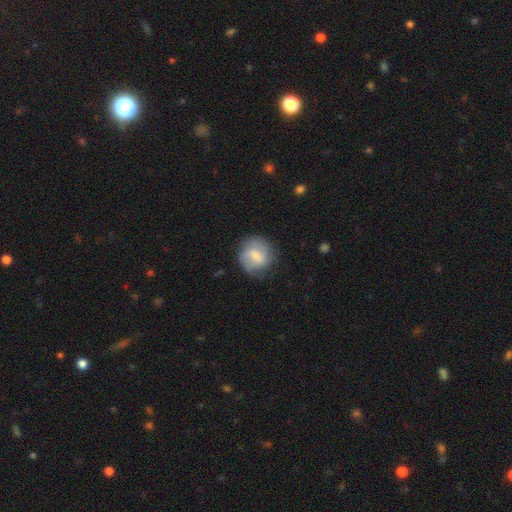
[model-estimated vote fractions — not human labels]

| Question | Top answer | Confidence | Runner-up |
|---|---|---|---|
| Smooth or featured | featured or disk | 47% | smooth (46%) |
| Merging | none | 73% | minor disturbance (18%) |